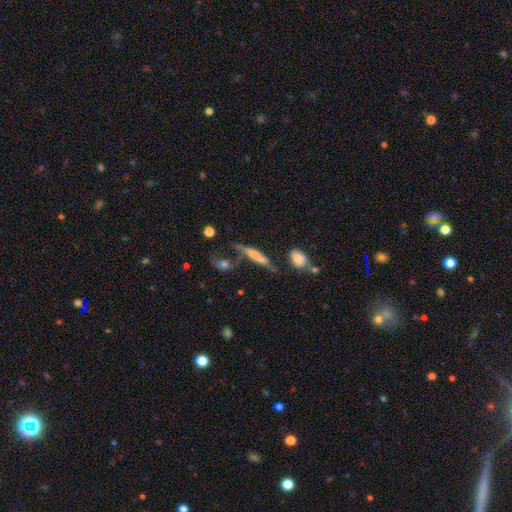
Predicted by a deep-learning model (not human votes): Morphology: type=smooth (56%); roundness=cigar-shaped (77%); merging=none (39%).